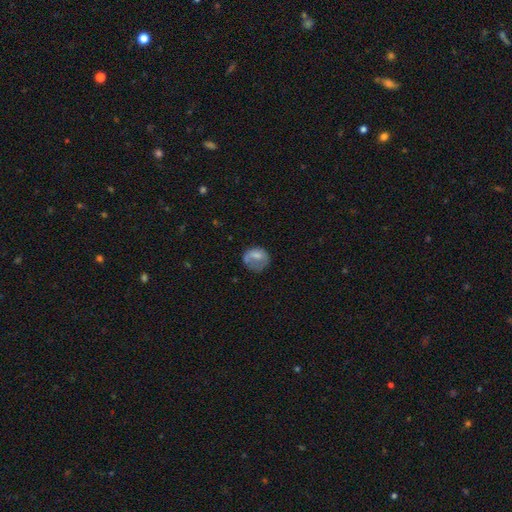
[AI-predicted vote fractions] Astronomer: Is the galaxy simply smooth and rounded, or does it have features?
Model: smooth — 65%.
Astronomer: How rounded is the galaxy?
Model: round — 61% (runner-up: in between, 38%).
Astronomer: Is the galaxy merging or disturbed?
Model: none — 39% (runner-up: major disturbance, 31%).